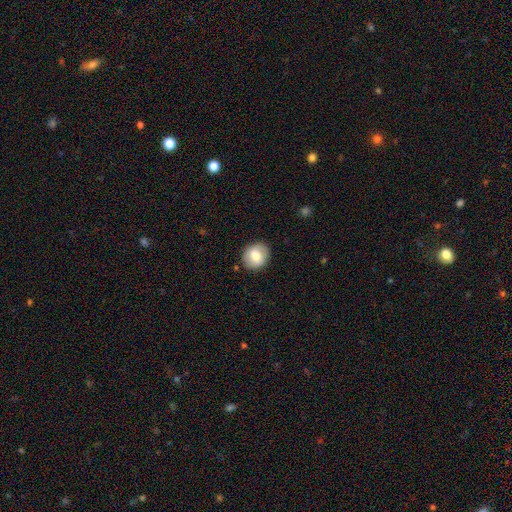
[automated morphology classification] smooth_or_featured: smooth (p=0.74) [alt: featured or disk p=0.19]
how_rounded: round (p=0.72) [alt: in between p=0.27]
merging: none (p=0.87) [alt: minor disturbance p=0.09]